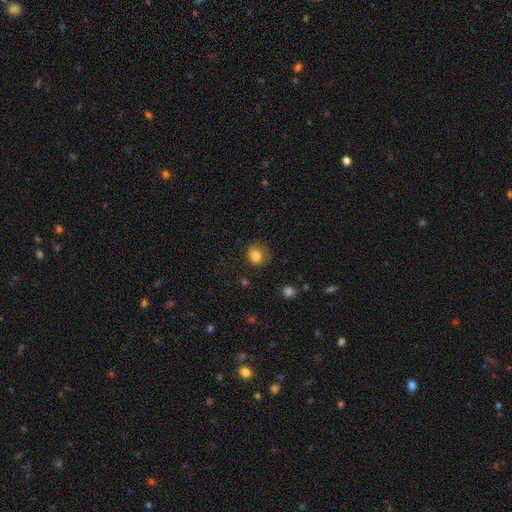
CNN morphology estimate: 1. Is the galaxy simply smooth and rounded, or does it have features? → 82% smooth, 11% star or artifact, 7% featured or disk.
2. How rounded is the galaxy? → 78% round, 21% in between, 1% cigar-shaped.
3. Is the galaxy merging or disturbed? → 71% none, 20% minor disturbance, 7% major disturbance, 2% merger.